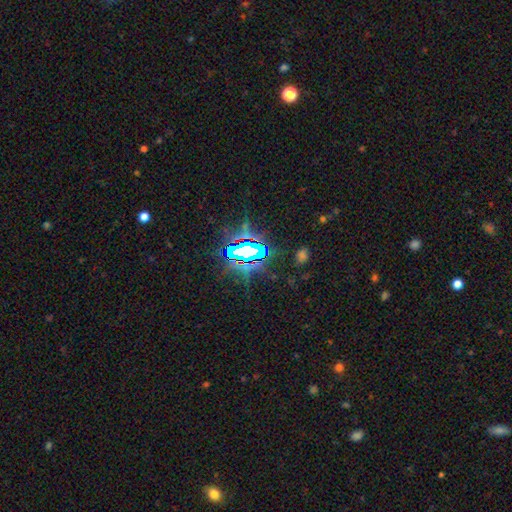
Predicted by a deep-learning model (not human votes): Q: Smooth or featured?
A: star or artifact (75%); runner-up: featured or disk (13%)